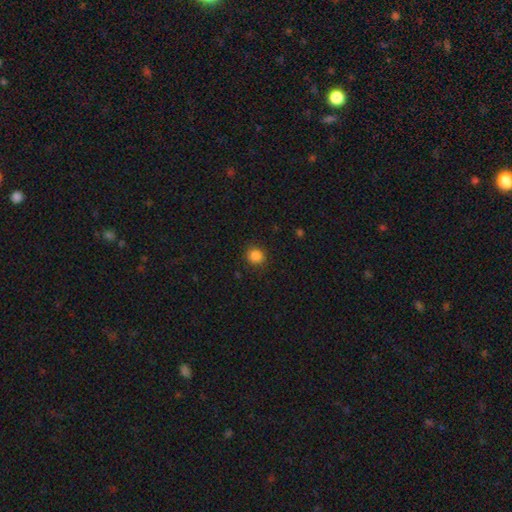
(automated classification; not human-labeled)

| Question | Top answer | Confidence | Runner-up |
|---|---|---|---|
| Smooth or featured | smooth | 85% | star or artifact (11%) |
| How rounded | round | 83% | in between (16%) |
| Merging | none | 88% | minor disturbance (9%) |